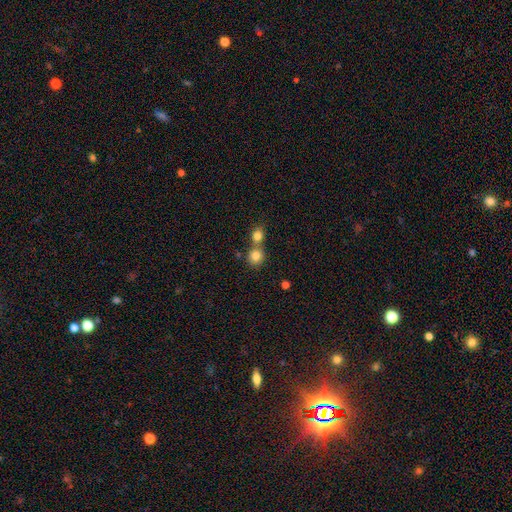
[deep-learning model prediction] A smooth galaxy with no disk features (82%) that is round (87%). Merging: none (47%).